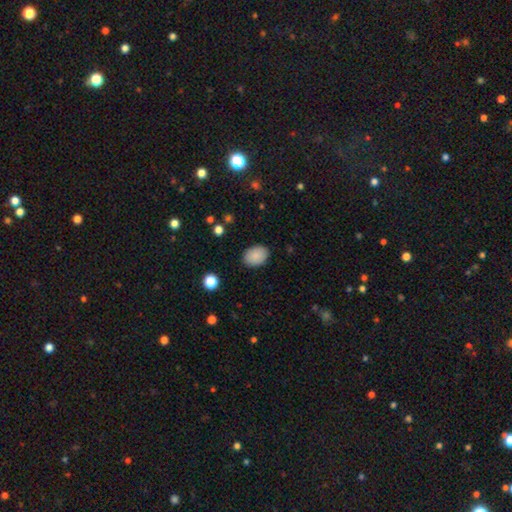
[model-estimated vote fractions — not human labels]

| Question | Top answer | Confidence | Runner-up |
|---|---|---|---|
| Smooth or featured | smooth | 88% | star or artifact (8%) |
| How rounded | in between | 74% | round (25%) |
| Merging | none | 87% | minor disturbance (10%) |